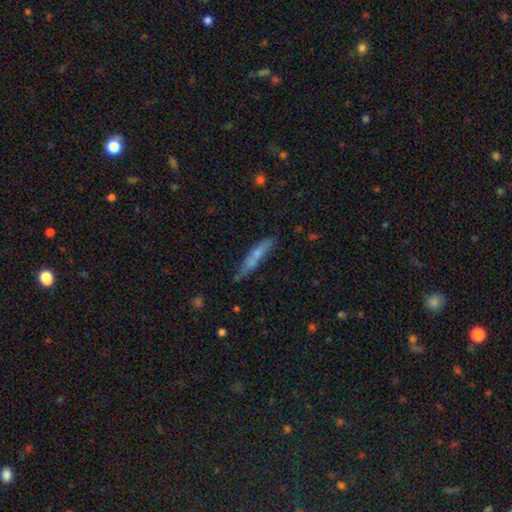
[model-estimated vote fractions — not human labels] This is possibly a smooth galaxy (55%). How rounded: clearly cigar-shaped (90%). Merging: likely none (69%).